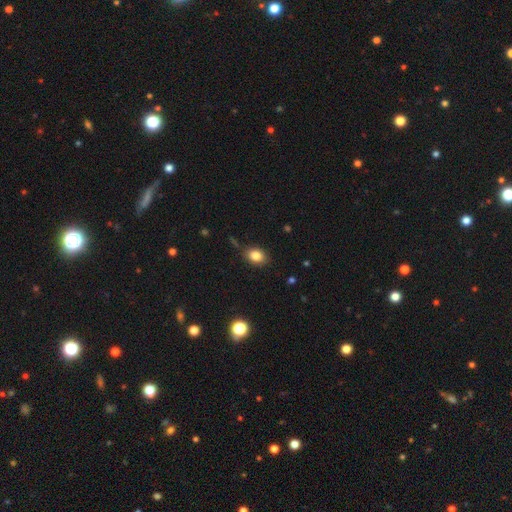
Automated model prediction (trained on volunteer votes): Q: Smooth or featured?
A: smooth (83%); runner-up: star or artifact (10%)
Q: How rounded?
A: in between (66%); runner-up: round (32%)
Q: Merging?
A: none (82%); runner-up: minor disturbance (13%)